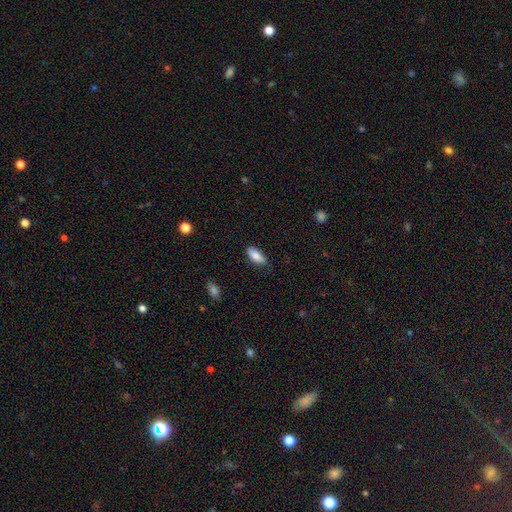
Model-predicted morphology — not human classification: smooth_or_featured: smooth (p=0.84) [alt: featured or disk p=0.09]
how_rounded: in between (p=0.84) [alt: cigar-shaped p=0.14]
merging: none (p=0.78) [alt: minor disturbance p=0.18]